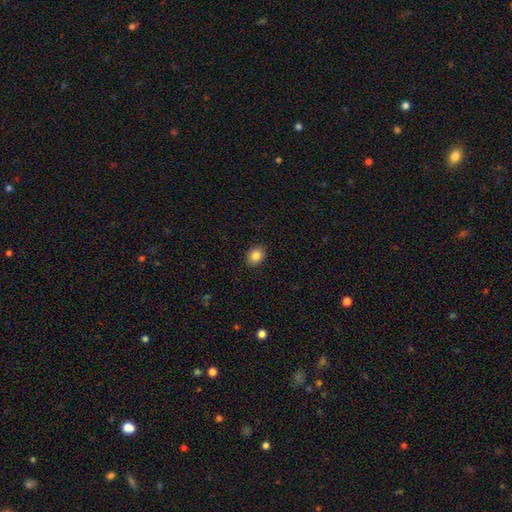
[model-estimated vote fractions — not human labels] Smooth or featured: smooth — 86% (star or artifact — 9%)
How rounded: round — 50% (in between — 49%)
Merging: none — 90% (minor disturbance — 7%)